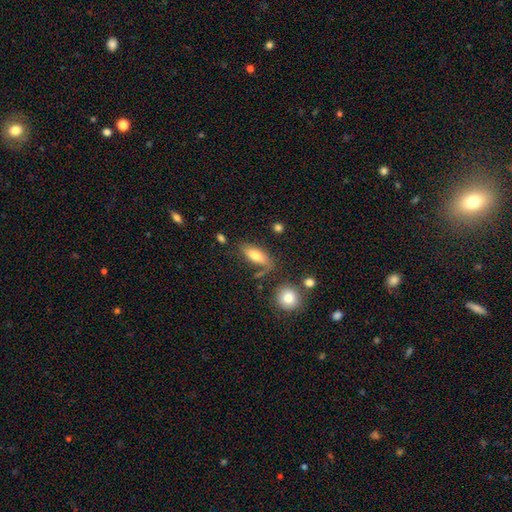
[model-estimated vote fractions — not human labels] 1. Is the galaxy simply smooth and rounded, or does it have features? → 72% smooth, 20% featured or disk, 8% star or artifact.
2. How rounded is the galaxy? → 73% in between, 23% cigar-shaped, 4% round.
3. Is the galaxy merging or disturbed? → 62% none, 20% minor disturbance, 10% merger, 8% major disturbance.